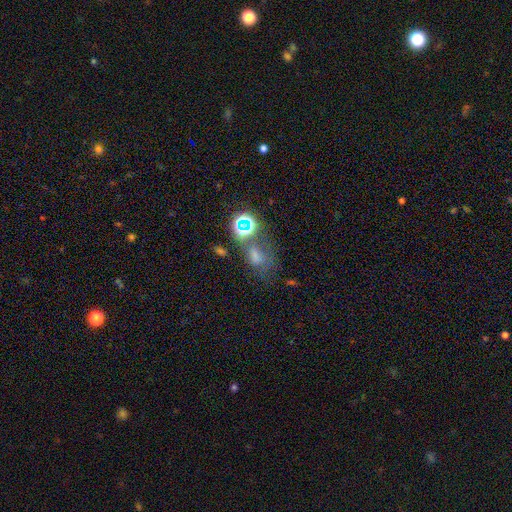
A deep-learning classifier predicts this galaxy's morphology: The model was most divided on "merging": none: 39%, major disturbance: 21%, merger: 20%, minor disturbance: 20%. More confident: how rounded — in between (63%); smooth or featured — smooth (55%).